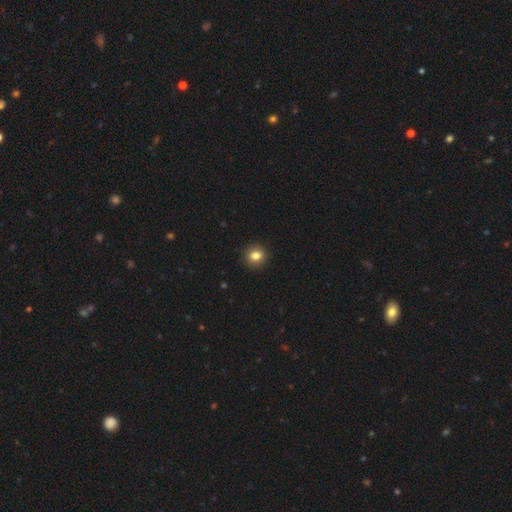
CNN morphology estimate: Q: Smooth or featured?
A: smooth (83%); runner-up: star or artifact (11%)
Q: How rounded?
A: round (85%); runner-up: in between (14%)
Q: Merging?
A: none (92%); runner-up: minor disturbance (5%)